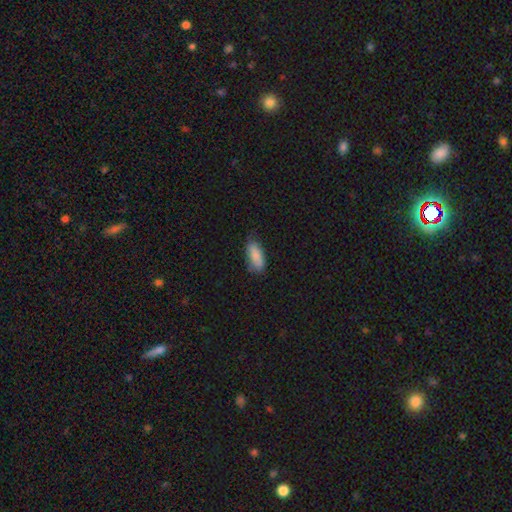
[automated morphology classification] type=smooth (84%); roundness=in between (82%); merging=none (66%).